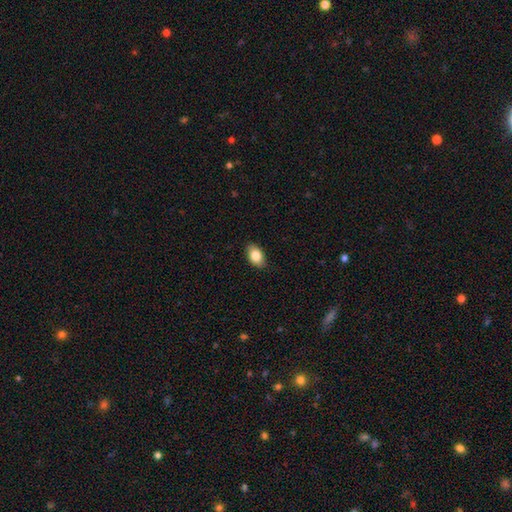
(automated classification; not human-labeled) Smooth or featured? Predicted: smooth (p=0.84). How rounded? Predicted: in between (p=0.90). Merging? Predicted: none (p=0.88).